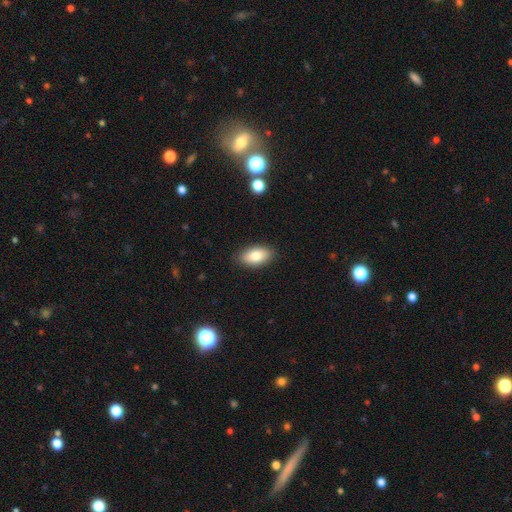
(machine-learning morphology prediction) The model was most divided on "smooth or featured": smooth: 83%, featured or disk: 10%, star or artifact: 7%. More confident: how rounded — in between (93%); merging — none (87%).